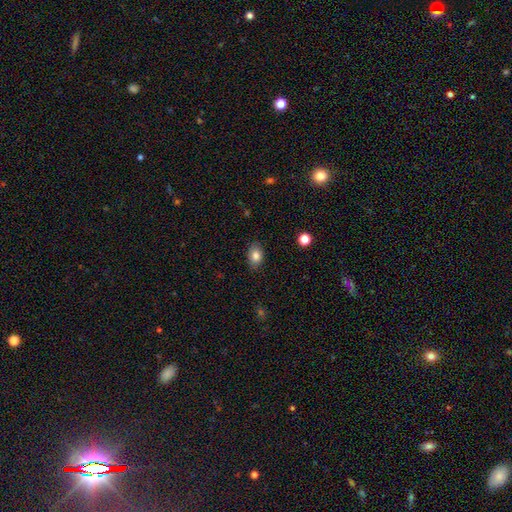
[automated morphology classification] Overall: smooth (83%). How rounded: in between (81%). Merging: none (86%).